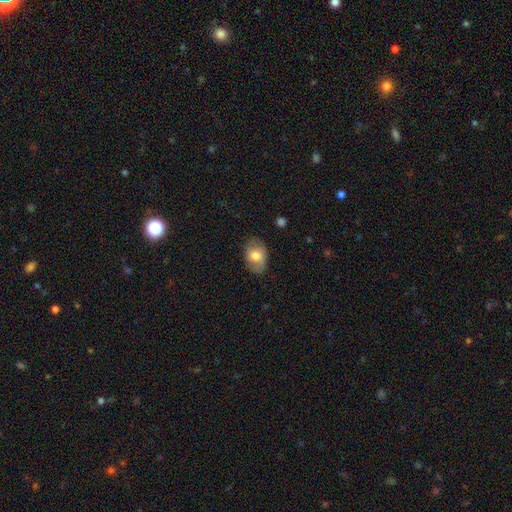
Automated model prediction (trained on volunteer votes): Smooth or featured: smooth — 68% (featured or disk — 25%)
How rounded: in between — 80% (round — 19%)
Merging: none — 78% (minor disturbance — 17%)